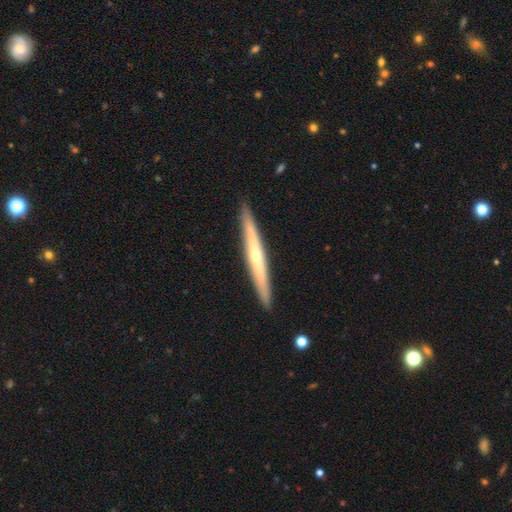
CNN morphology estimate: type=featured or disk (66%); edge-on=yes (96%); edge-on bulge=rounded (70%); merging=none (92%).